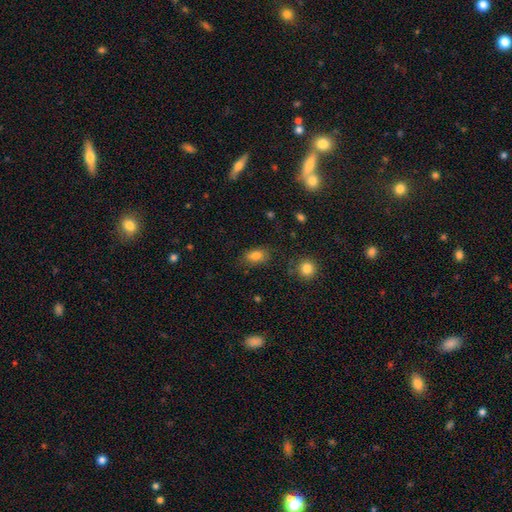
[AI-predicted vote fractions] Smooth or featured?
  - smooth: 80% *
  - star or artifact: 10%
  - featured or disk: 9%
How rounded?
  - in between: 85% *
  - round: 11%
  - cigar-shaped: 3%
Merging?
  - none: 73% *
  - minor disturbance: 19%
  - major disturbance: 6%
  - merger: 3%